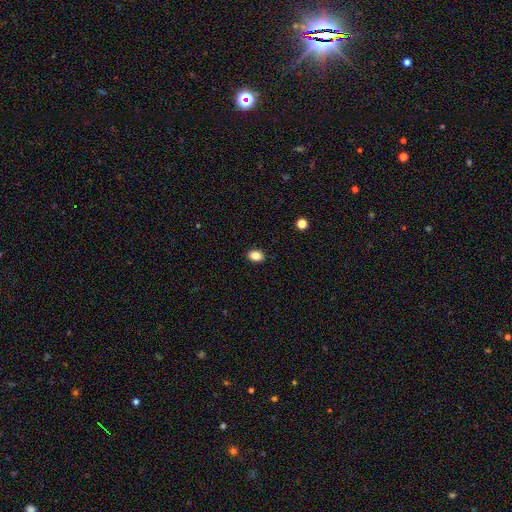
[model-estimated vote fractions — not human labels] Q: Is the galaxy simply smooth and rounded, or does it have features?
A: smooth — 86%.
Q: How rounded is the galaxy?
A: in between — 73%.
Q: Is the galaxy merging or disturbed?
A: none — 89%.